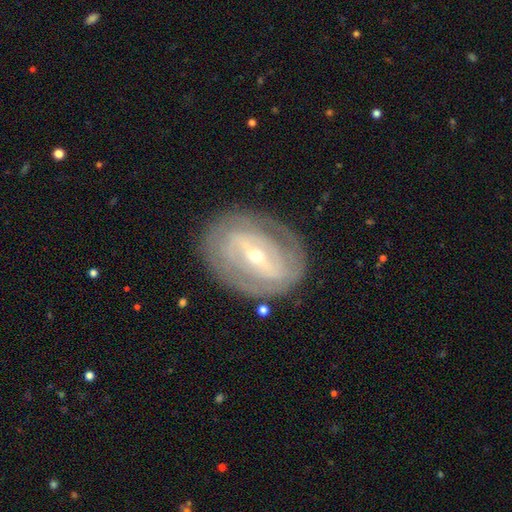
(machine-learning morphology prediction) smooth_or_featured: featured or disk (p=0.80) [alt: smooth p=0.14]
disk_edge_on: no (p=0.94) [alt: yes p=0.06]
bar: strong (p=0.51) [alt: weak p=0.33]
has_spiral_arms: yes (p=0.70) [alt: no p=0.30]
spiral_winding: tight (p=0.66) [alt: medium p=0.25]
spiral_arm_count: 2 (p=0.45) [alt: can't tell p=0.37]
bulge_size: small (p=0.64) [alt: moderate p=0.33]
merging: none (p=0.80) [alt: minor disturbance p=0.13]